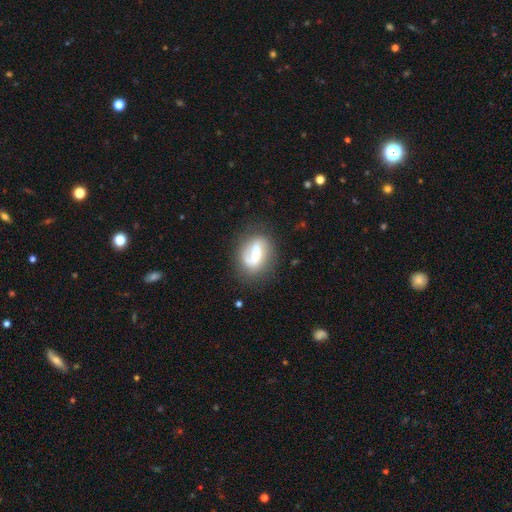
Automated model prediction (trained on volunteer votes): Overall: featured or disk (60%; smooth 32%). Edge-on disk: no (93%). Bar: weak (37%; strong 35%). Spiral arms: yes (61%; no 39%). Bulge size: moderate (51%; small 35%). Merging: none (61%).